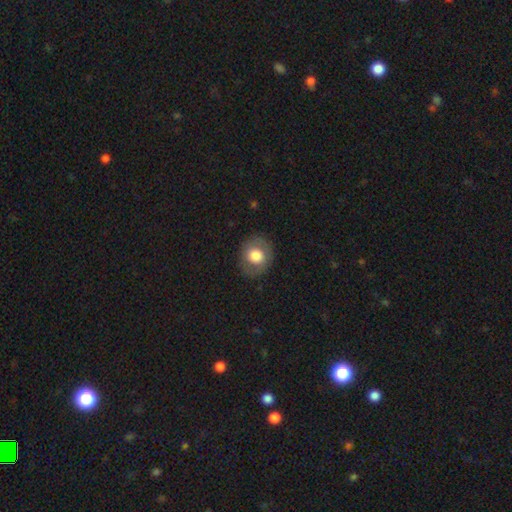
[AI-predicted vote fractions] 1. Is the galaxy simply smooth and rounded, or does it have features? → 70% smooth, 22% featured or disk, 8% star or artifact.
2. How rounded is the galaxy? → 79% round, 20% in between, 1% cigar-shaped.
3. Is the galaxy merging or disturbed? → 83% none, 11% minor disturbance, 5% major disturbance, 1% merger.